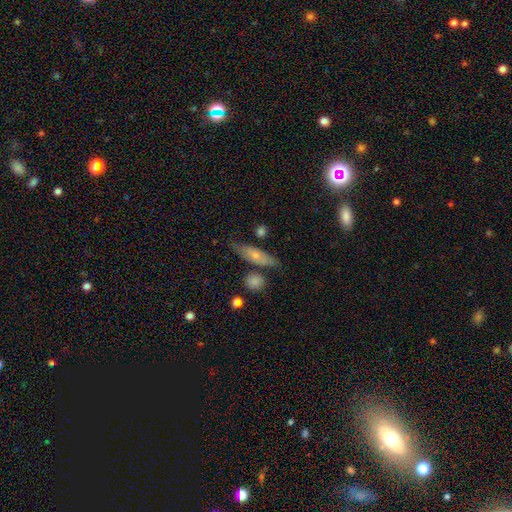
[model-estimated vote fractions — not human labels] Smooth or featured: smooth — 46% (featured or disk — 42%)
Merging: none — 71% (minor disturbance — 16%)